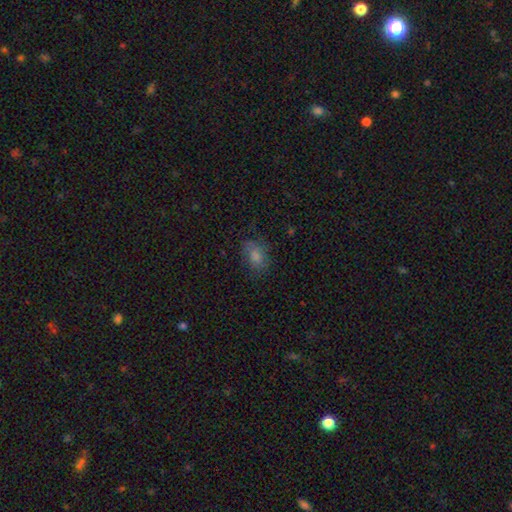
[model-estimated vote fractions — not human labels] Q: Smooth or featured?
A: smooth (68%); runner-up: star or artifact (19%)
Q: How rounded?
A: in between (71%); runner-up: round (27%)
Q: Merging?
A: none (73%); runner-up: minor disturbance (19%)